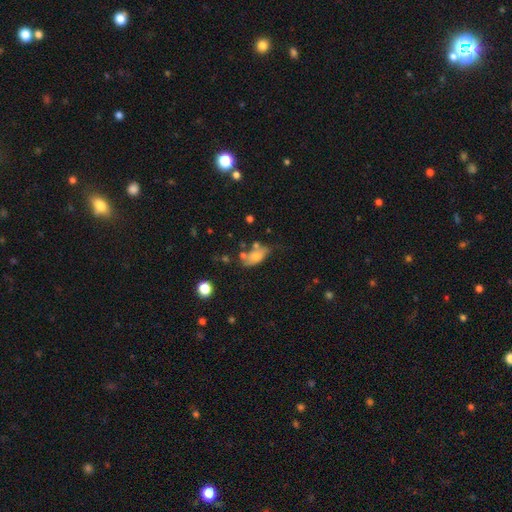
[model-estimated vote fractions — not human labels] smooth_or_featured: smooth (p=0.68) [alt: featured or disk p=0.22]
how_rounded: in between (p=0.87) [alt: round p=0.07]
merging: none (p=0.45) [alt: minor disturbance p=0.28]